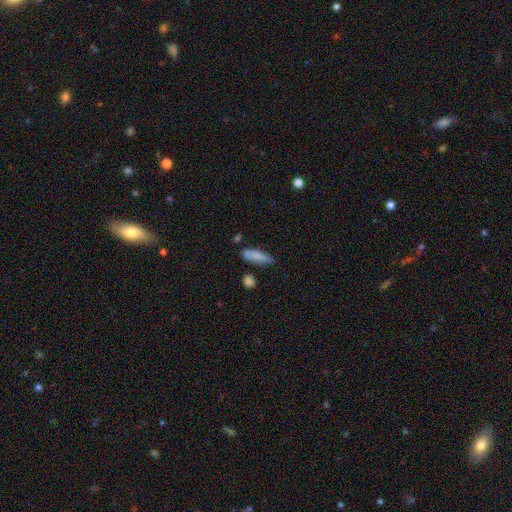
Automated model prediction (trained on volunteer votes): The model was most divided on "how rounded": cigar-shaped: 58%, in between: 40%, round: 3%. More confident: smooth or featured — smooth (80%); merging — none (65%).